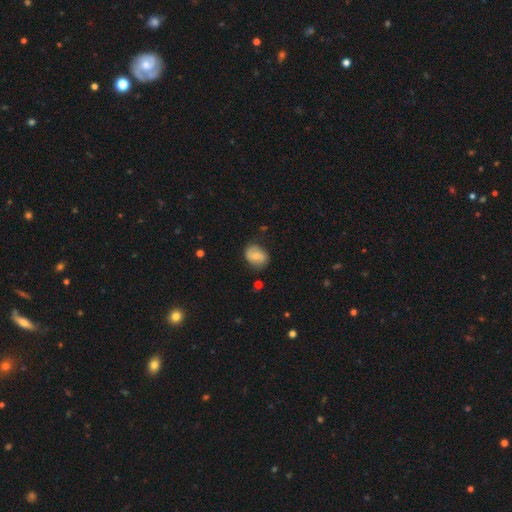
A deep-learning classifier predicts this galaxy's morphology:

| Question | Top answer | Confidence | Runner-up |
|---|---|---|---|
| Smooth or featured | smooth | 59% | featured or disk (33%) |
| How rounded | in between | 58% | round (41%) |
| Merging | none | 74% | minor disturbance (20%) |